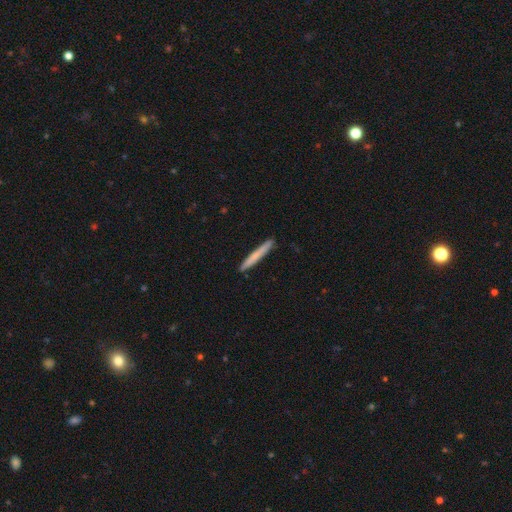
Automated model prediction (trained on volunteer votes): A smooth galaxy with no disk features (67%) that is cigar-shaped (97%). Merging: none (90%).